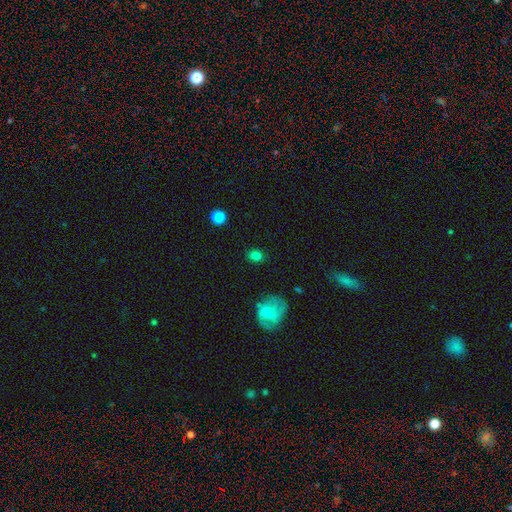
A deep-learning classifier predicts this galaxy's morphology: Smooth or featured? Predicted: smooth (p=0.82). How rounded? Predicted: round (p=0.57). Merging? Predicted: none (p=0.83).